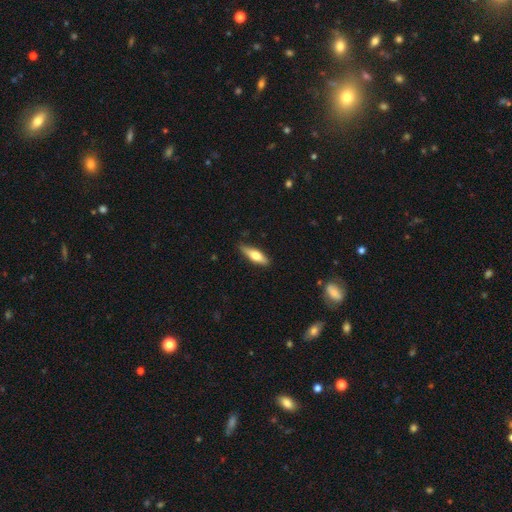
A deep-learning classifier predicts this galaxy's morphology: The model was most divided on "how rounded": cigar-shaped: 54%, in between: 43%, round: 2%. More confident: merging — none (83%); smooth or featured — smooth (60%).